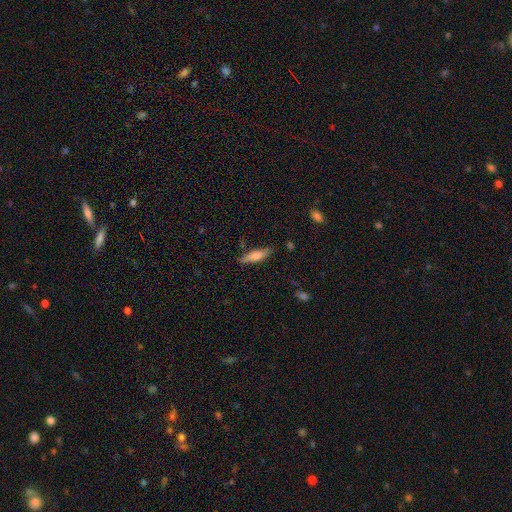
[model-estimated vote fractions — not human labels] Overall: smooth (67%; featured or disk 27%). How rounded: cigar-shaped (64%; in between 34%). Merging: none (79%).